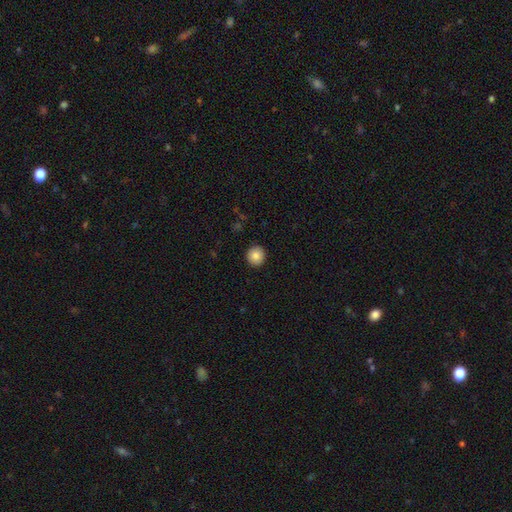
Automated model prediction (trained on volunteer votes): A smooth galaxy with no disk features (86%) that is round (94%).

Vote fractions:
- Smooth or featured? smooth: 86% / star or artifact: 9% / featured or disk: 6%
- How rounded? round: 94% / in between: 5% / cigar-shaped: 1%
- Merging? none: 92% / minor disturbance: 5% / major disturbance: 2% / merger: 1%